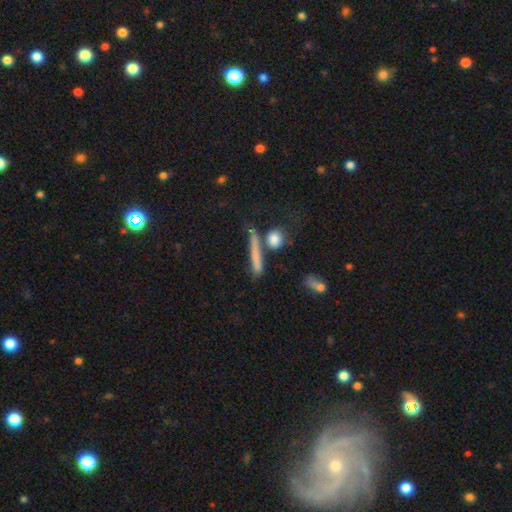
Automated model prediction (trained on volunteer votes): smooth_or_featured: smooth (p=0.63) [alt: featured or disk p=0.26]
how_rounded: cigar-shaped (p=0.81) [alt: round p=0.11]
merging: none (p=0.64) [alt: minor disturbance p=0.15]